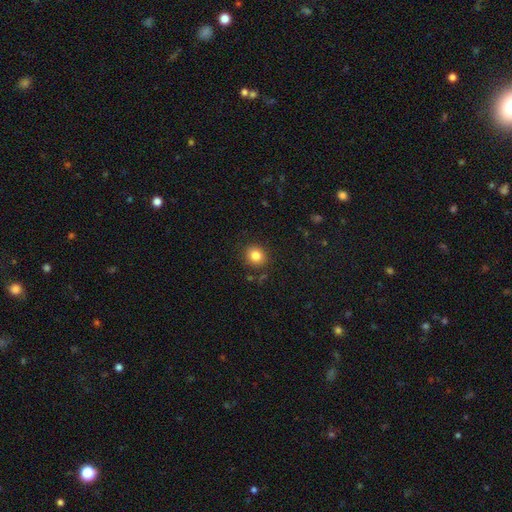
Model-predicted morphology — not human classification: smooth-or-featured: smooth: 83% | star or artifact: 11% | featured or disk: 6%
  how-rounded: round: 83% | in between: 16% | cigar-shaped: 1%
  merging: none: 88% | minor disturbance: 8% | major disturbance: 2% | merger: 2%